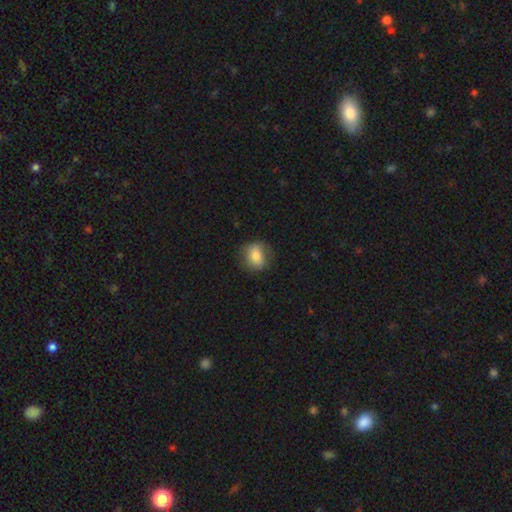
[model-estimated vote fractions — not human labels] The model was most divided on "how rounded": round: 54%, in between: 45%, cigar-shaped: 1%. More confident: smooth or featured — smooth (78%); merging — none (73%).